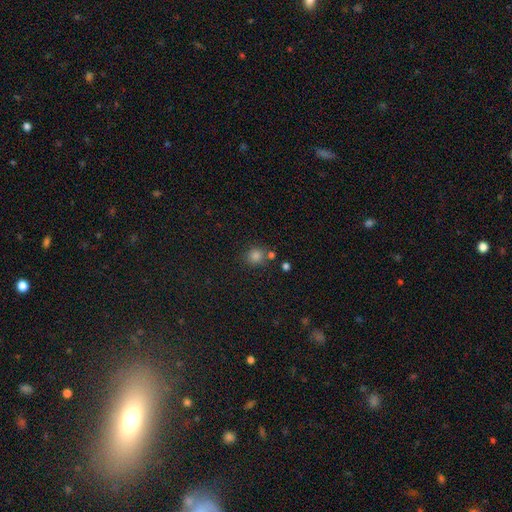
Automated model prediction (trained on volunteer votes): This appears to be a smooth galaxy with no disk features (79%) that is round (88%). Merging: none (73%).